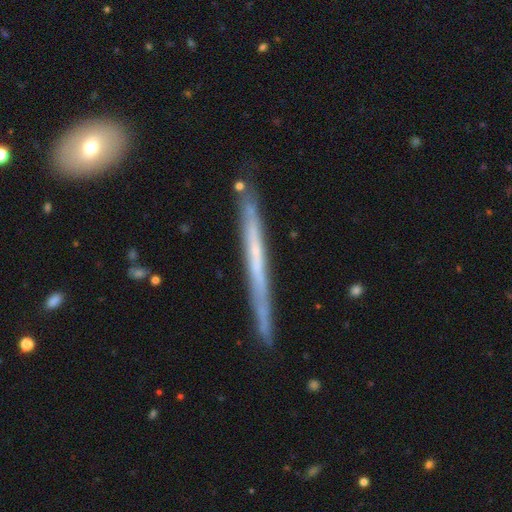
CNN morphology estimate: This appears to be a featured or disk galaxy (62%) viewed edge-on (94%) with no central bulge (87%). Merging: none (84%).